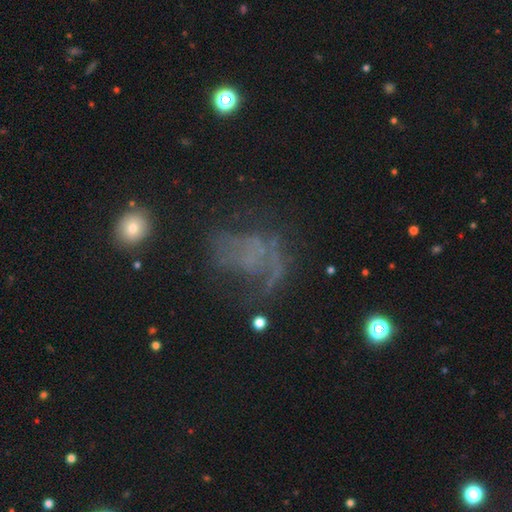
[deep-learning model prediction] Smooth or featured? Predicted: featured or disk (p=0.50). Merging? Predicted: major disturbance (p=0.38).